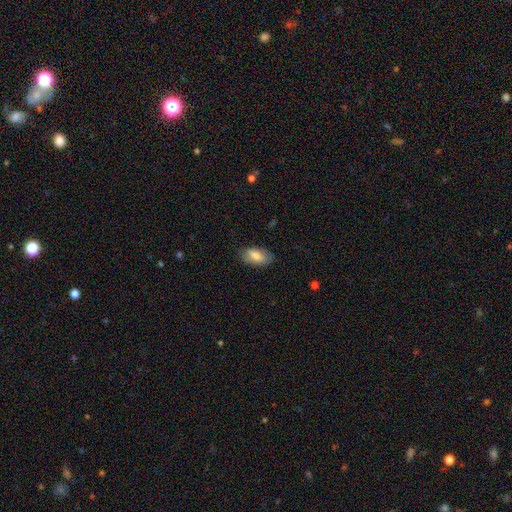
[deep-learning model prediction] The model was most divided on "smooth or featured": smooth: 78%, featured or disk: 16%, star or artifact: 6%. More confident: how rounded — in between (92%); merging — none (79%).